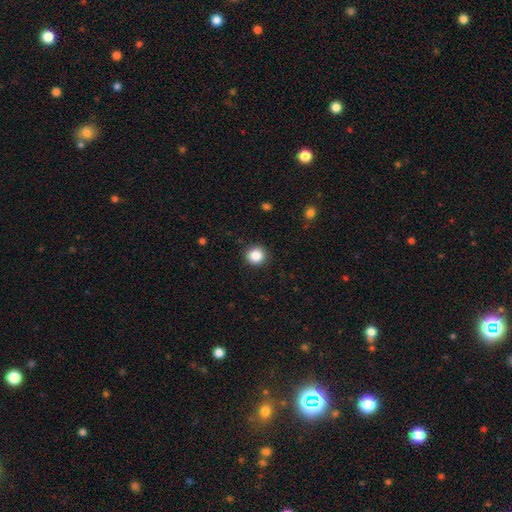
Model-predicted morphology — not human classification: A smooth galaxy with no disk features (86%) that is round (92%).

Vote fractions:
- Smooth or featured? smooth: 86% / star or artifact: 10% / featured or disk: 4%
- How rounded? round: 92% / in between: 7% / cigar-shaped: 1%
- Merging? none: 91% / minor disturbance: 6% / major disturbance: 2% / merger: 1%